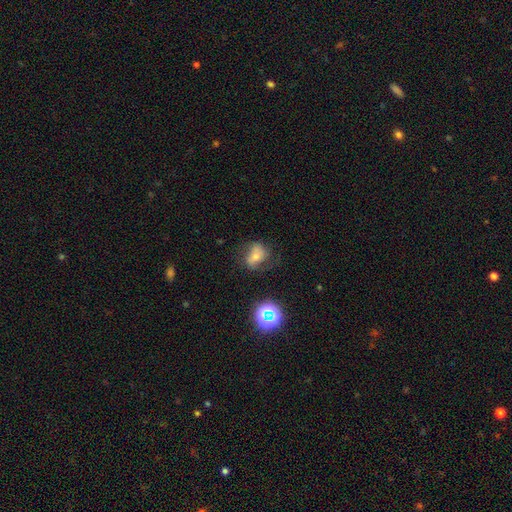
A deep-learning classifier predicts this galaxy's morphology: type=smooth (54%); roundness=in between (67%); merging=none (52%).